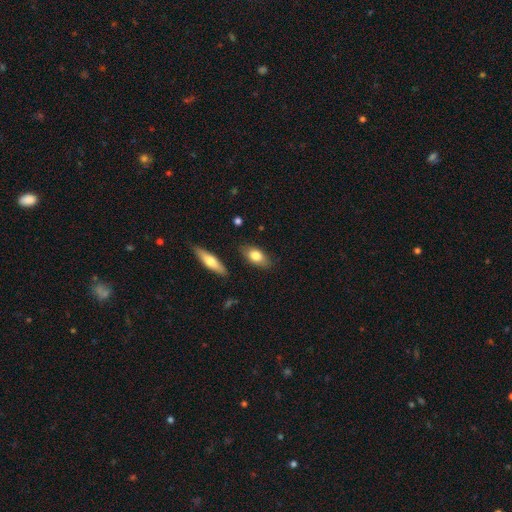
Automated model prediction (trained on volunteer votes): Smooth or featured? smooth (77%)
How rounded? in between (85%)
Merging? none (82%)